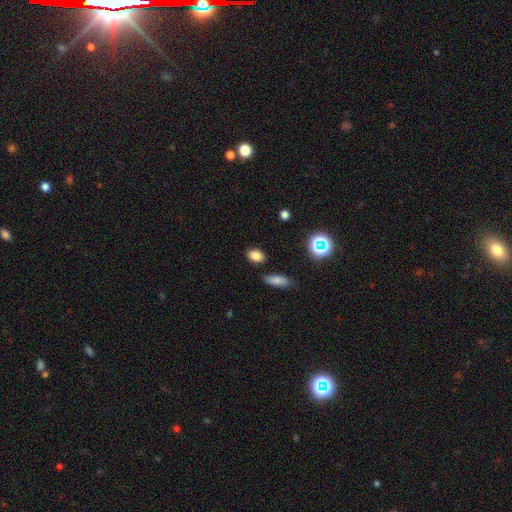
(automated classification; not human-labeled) Q: Smooth or featured?
A: smooth (81%); runner-up: star or artifact (14%)
Q: How rounded?
A: in between (76%); runner-up: round (22%)
Q: Merging?
A: none (85%); runner-up: minor disturbance (9%)